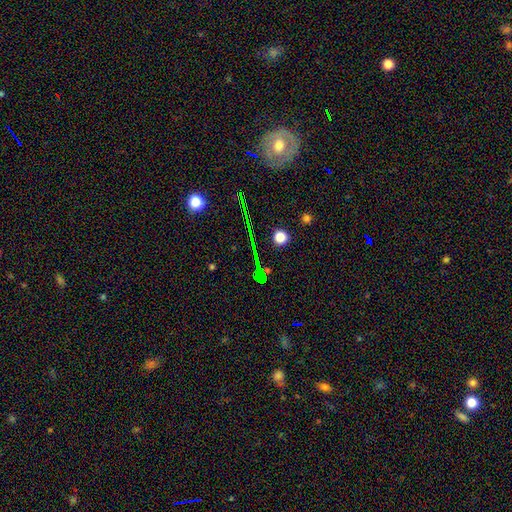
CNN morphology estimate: Smooth or featured?
  - star or artifact: 62% *
  - featured or disk: 20%
  - smooth: 18%